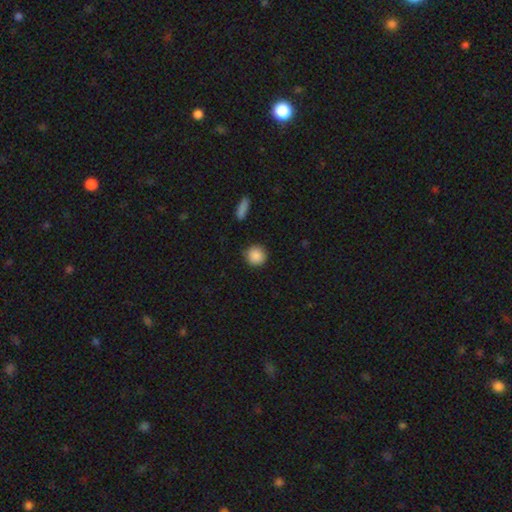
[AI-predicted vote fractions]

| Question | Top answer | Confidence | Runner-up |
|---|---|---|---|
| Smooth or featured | smooth | 89% | star or artifact (8%) |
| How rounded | round | 93% | in between (6%) |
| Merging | none | 89% | minor disturbance (7%) |